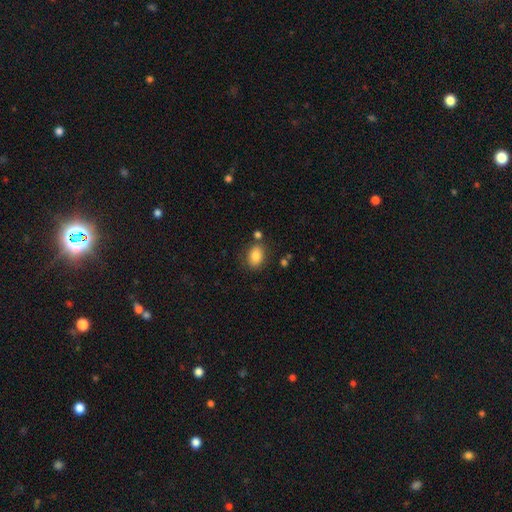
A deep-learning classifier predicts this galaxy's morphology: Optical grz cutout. It shows a smooth galaxy with no disk features (83%) that is in between round and cigar-shaped (78%). Merging: none (74%).